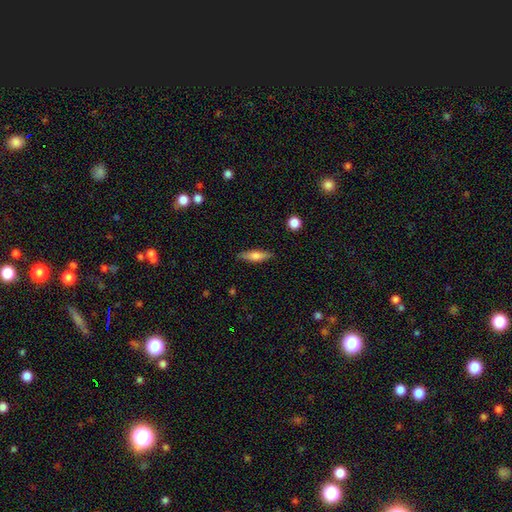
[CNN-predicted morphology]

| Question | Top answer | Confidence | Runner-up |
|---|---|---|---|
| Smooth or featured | smooth | 64% | featured or disk (29%) |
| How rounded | cigar-shaped | 64% | in between (34%) |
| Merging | none | 85% | minor disturbance (11%) |